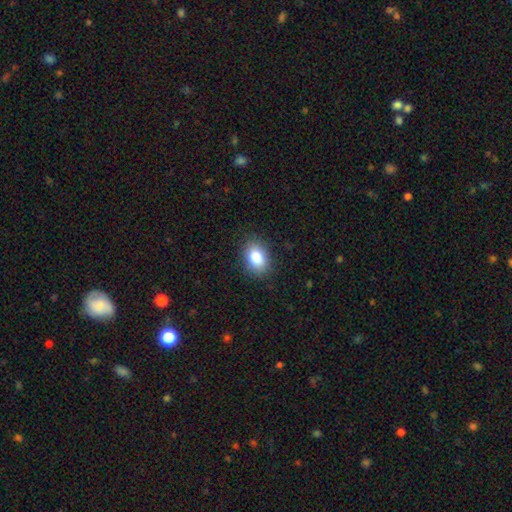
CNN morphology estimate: Q: Smooth or featured?
A: smooth (84%); runner-up: star or artifact (8%)
Q: How rounded?
A: in between (79%); runner-up: round (20%)
Q: Merging?
A: none (86%); runner-up: minor disturbance (10%)